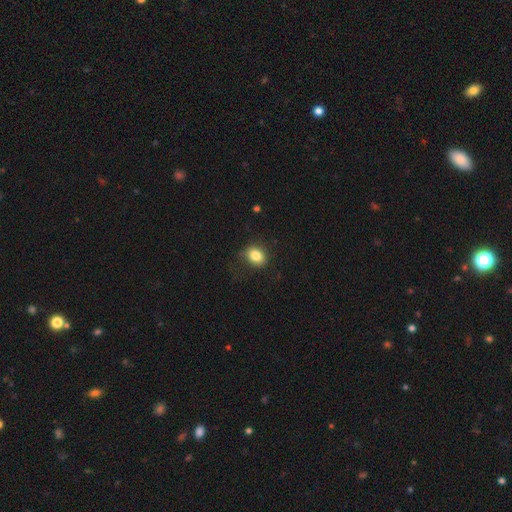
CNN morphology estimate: This is clearly a smooth galaxy (84%). How rounded: likely in between (60%). Merging: likely none (76%).